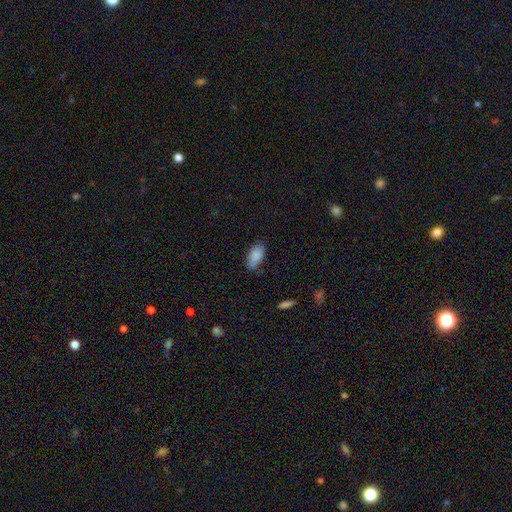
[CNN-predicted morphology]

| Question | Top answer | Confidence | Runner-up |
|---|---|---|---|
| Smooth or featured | smooth | 88% | star or artifact (7%) |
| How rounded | in between | 94% | cigar-shaped (4%) |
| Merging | none | 79% | minor disturbance (16%) |